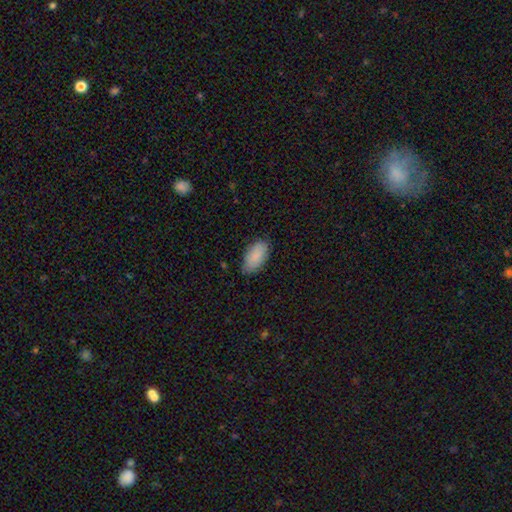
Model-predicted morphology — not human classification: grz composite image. It shows a smooth galaxy with no disk features (87%) that is in between round and cigar-shaped (94%). Merging: none (79%).